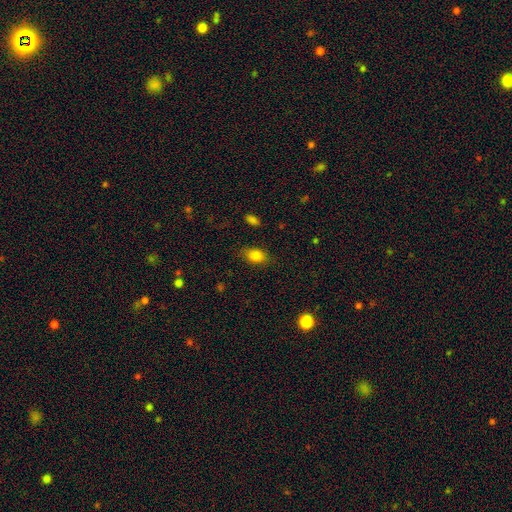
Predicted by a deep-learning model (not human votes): This is clearly a smooth galaxy (83%). How rounded: clearly in between (82%). Merging: clearly none (82%).